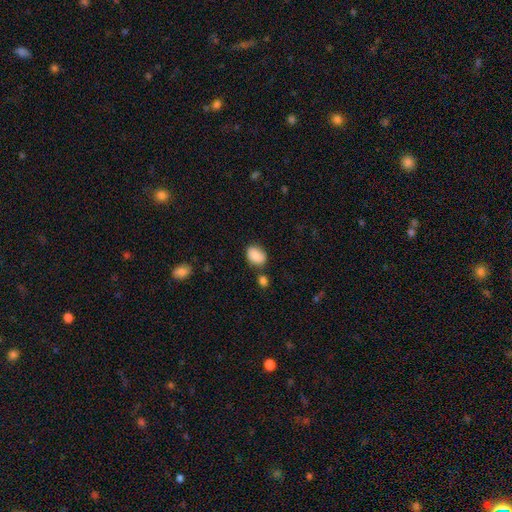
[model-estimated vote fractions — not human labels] A smooth galaxy with no disk features (83%) that is in between round and cigar-shaped (70%).

Vote fractions:
- Smooth or featured? smooth: 83% / featured or disk: 9% / star or artifact: 8%
- How rounded? in between: 70% / round: 29% / cigar-shaped: 1%
- Merging? none: 70% / minor disturbance: 17% / merger: 10% / major disturbance: 4%